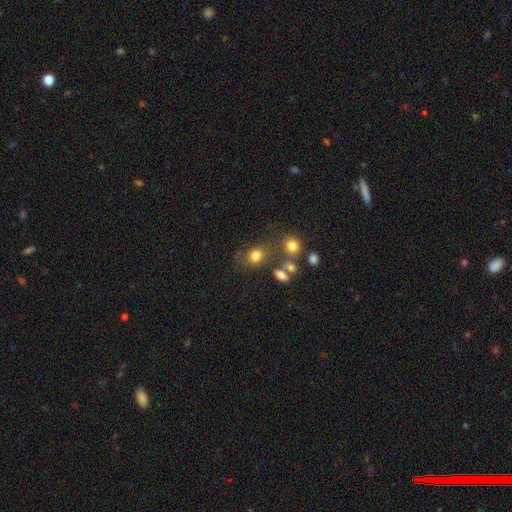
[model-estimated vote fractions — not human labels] A smooth galaxy with no disk features (77%) that is round (54%). Merging: none (61%).